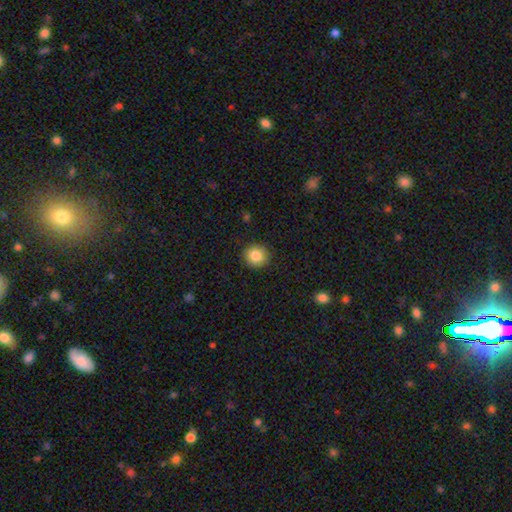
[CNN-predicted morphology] Overall: smooth (85%). How rounded: round (90%). Merging: none (90%).